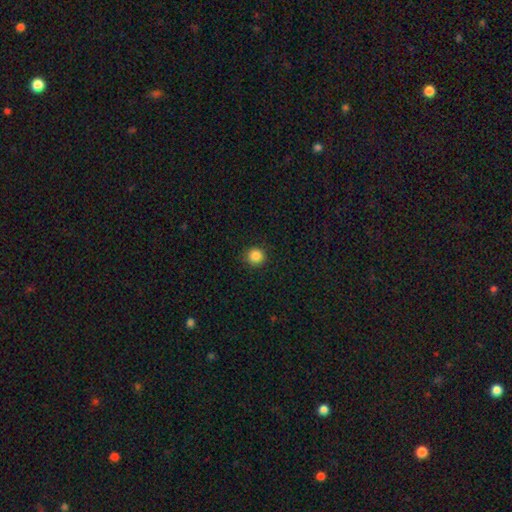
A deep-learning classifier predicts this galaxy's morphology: This appears to be a smooth galaxy with no disk features (86%) that is round (94%). Merging: none (90%).